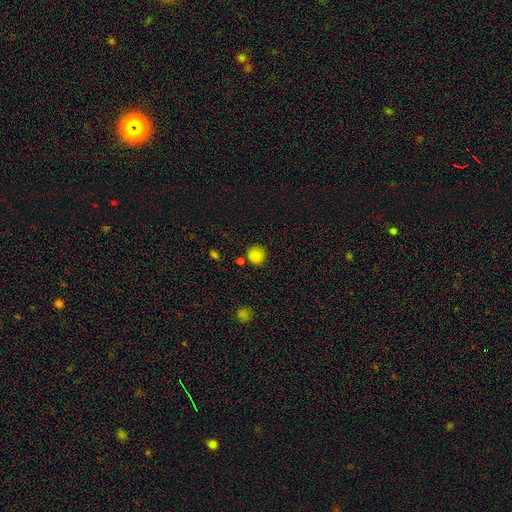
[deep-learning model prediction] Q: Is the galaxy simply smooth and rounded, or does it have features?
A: smooth — 84%.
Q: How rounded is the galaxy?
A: round — 93%.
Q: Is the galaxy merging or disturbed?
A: none — 83%.